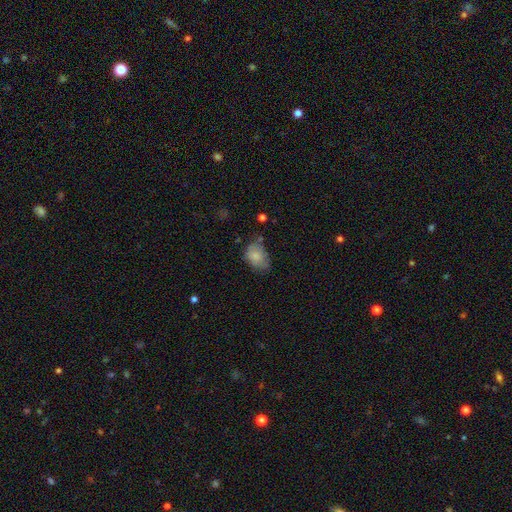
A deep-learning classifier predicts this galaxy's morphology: This appears to be a smooth galaxy with no disk features (78%) that is in between round and cigar-shaped (80%). Merging: none (47%).